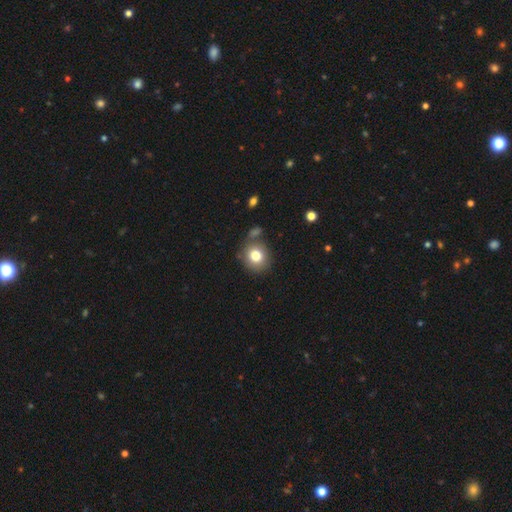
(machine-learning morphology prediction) This appears to be a smooth galaxy with no disk features (78%) that is round (81%). Merging: none (74%).